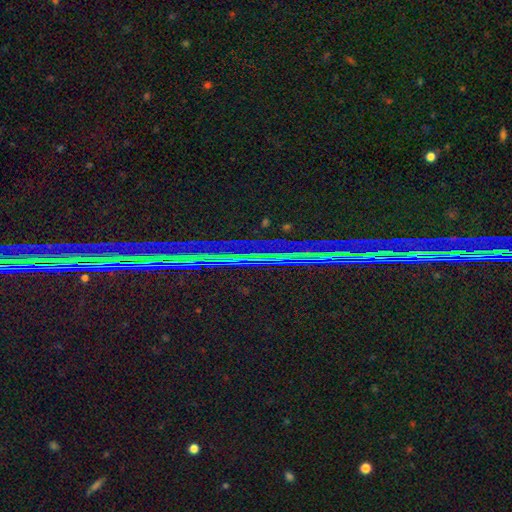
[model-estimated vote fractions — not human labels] Smooth or featured?
  - star or artifact: 85% *
  - featured or disk: 8%
  - smooth: 7%